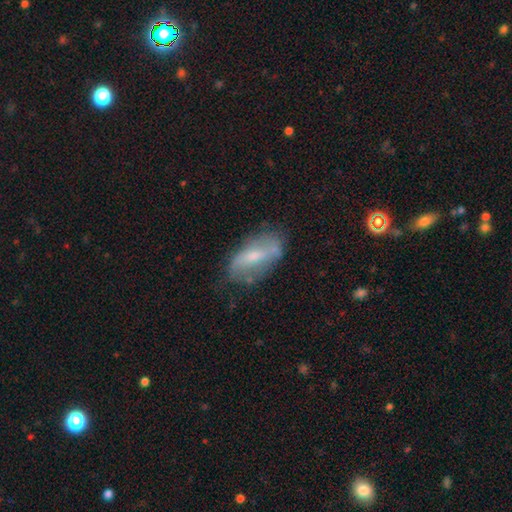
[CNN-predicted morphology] smooth_or_featured: featured or disk (p=0.58) [alt: smooth p=0.30]
disk_edge_on: no (p=0.85) [alt: yes p=0.15]
merging: none (p=0.73) [alt: minor disturbance p=0.19]